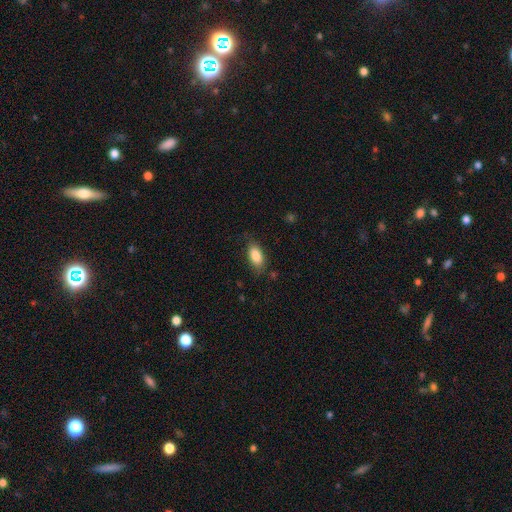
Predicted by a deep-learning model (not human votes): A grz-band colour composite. It shows a smooth galaxy with no disk features (85%) that is in between round and cigar-shaped (89%). Merging: none (76%).